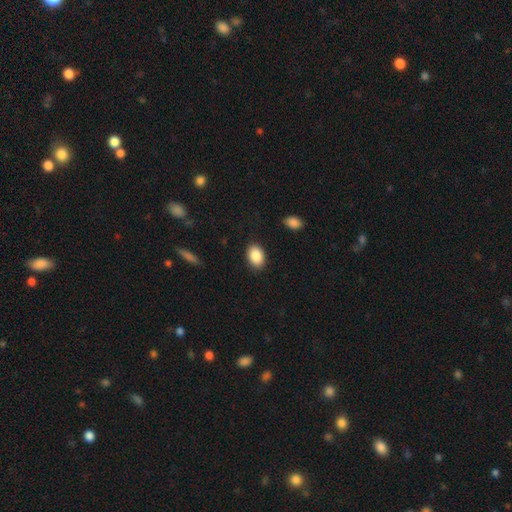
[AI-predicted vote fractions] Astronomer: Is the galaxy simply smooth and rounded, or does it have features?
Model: smooth — 88%.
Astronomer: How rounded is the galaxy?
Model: in between — 85%.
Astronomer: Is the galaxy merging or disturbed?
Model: none — 87%.